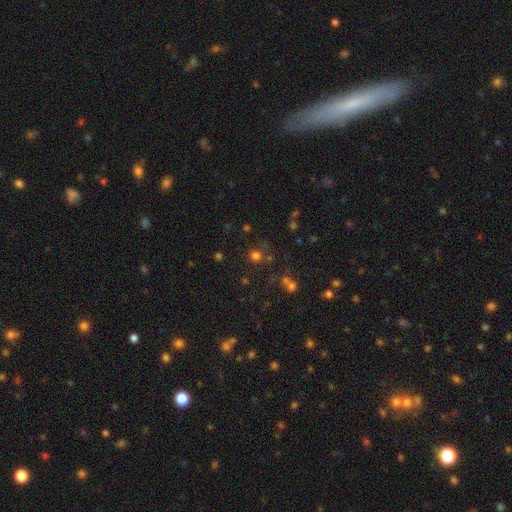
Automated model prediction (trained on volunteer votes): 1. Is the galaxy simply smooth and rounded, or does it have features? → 68% smooth, 25% star or artifact, 7% featured or disk.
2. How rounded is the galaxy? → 88% round, 11% in between, 1% cigar-shaped.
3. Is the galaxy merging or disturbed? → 75% none, 10% minor disturbance, 10% merger, 5% major disturbance.